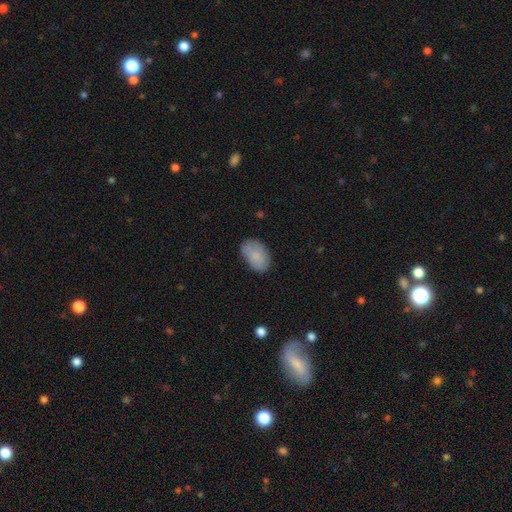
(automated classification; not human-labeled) Smooth or featured? Predicted: smooth (p=0.82). How rounded? Predicted: in between (p=0.90). Merging? Predicted: none (p=0.70).